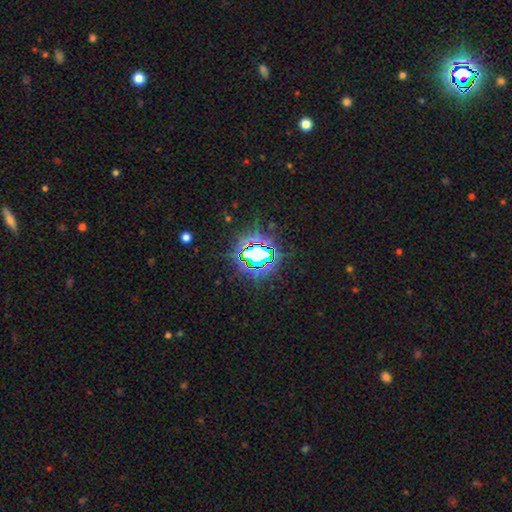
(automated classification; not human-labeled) Smooth or featured: star or artifact — 76% (smooth — 14%)